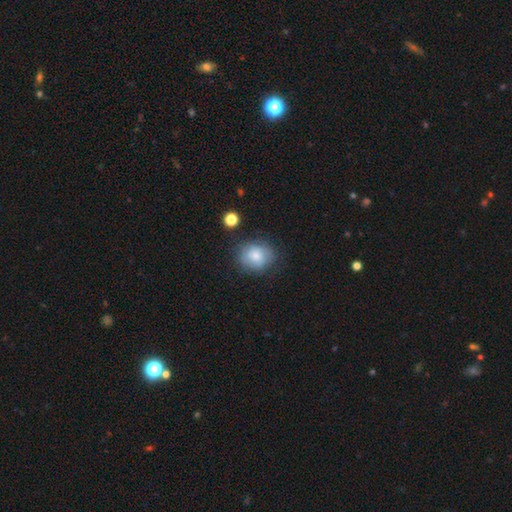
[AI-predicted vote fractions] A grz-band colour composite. It shows a smooth galaxy with no disk features (76%) that is round (67%). Merging: none (71%).